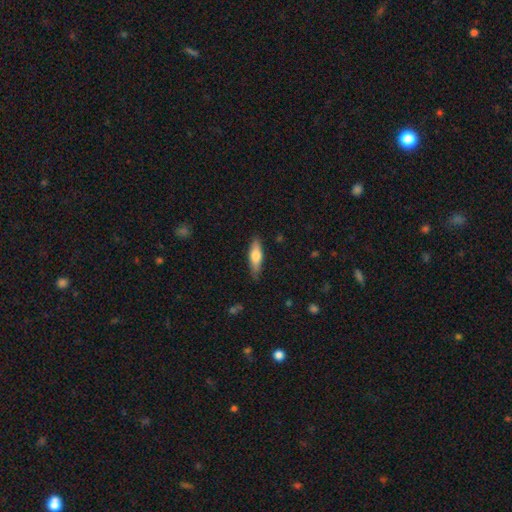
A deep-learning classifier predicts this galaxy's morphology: Q: Smooth or featured?
A: smooth (65%); runner-up: featured or disk (30%)
Q: How rounded?
A: cigar-shaped (52%); runner-up: in between (45%)
Q: Merging?
A: none (84%); runner-up: minor disturbance (13%)